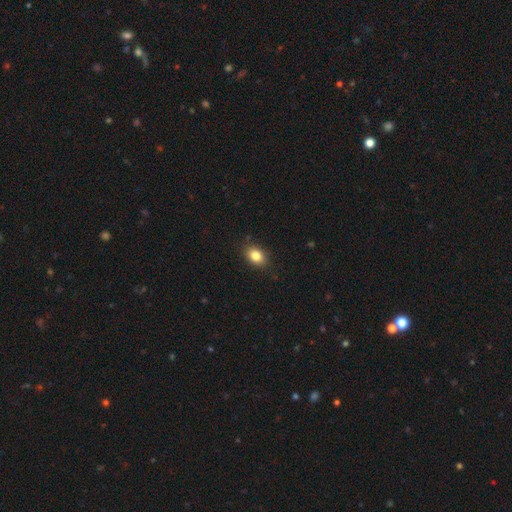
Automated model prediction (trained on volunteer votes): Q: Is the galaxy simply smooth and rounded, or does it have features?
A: smooth — 84%.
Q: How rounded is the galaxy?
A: in between — 72%.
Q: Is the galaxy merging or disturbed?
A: none — 86%.